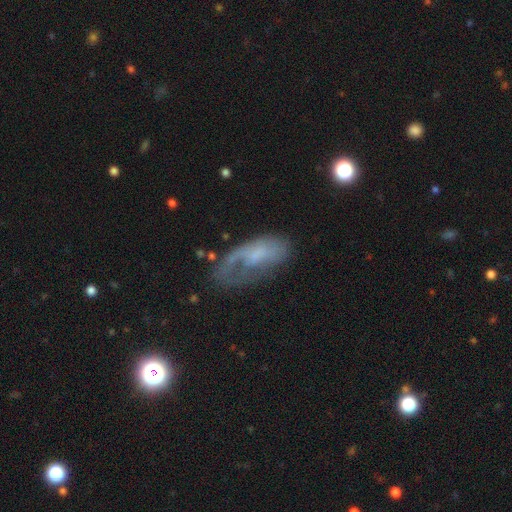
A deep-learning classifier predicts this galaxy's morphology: The model was most divided on "merging": none: 40%, major disturbance: 31%, minor disturbance: 26%, merger: 4%. Remaining: smooth or featured — featured or disk (49%).